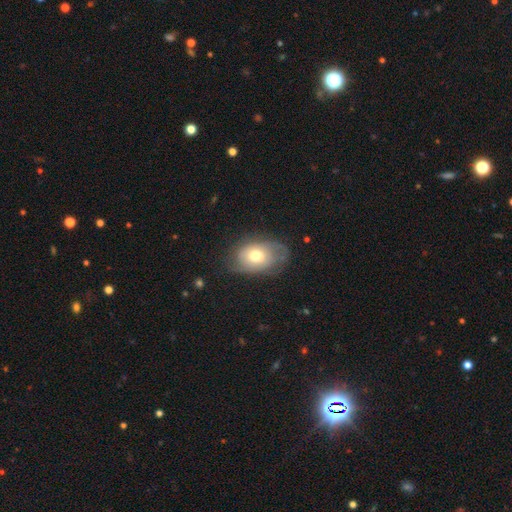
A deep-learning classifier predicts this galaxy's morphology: A smooth galaxy with no disk features (52%) that is in between round and cigar-shaped (80%).

Vote fractions:
- Smooth or featured? smooth: 52% / featured or disk: 41% / star or artifact: 7%
- How rounded? in between: 80% / round: 19% / cigar-shaped: 1%
- Merging? none: 56% / minor disturbance: 29% / major disturbance: 13% / merger: 1%